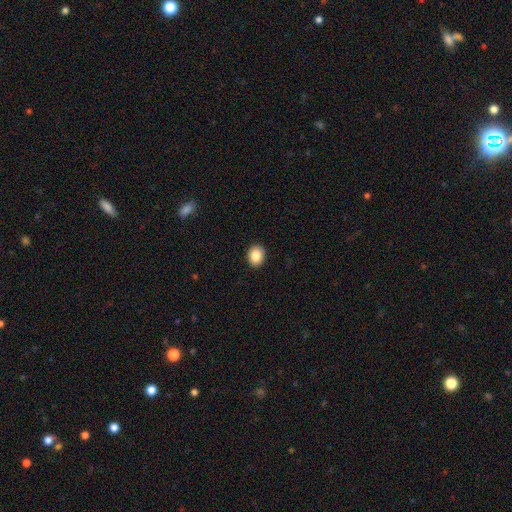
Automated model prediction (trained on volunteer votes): smooth 86%, star or artifact 9%, featured or disk 6%. Down the decision tree: how rounded — round (53%); merging — none (91%).